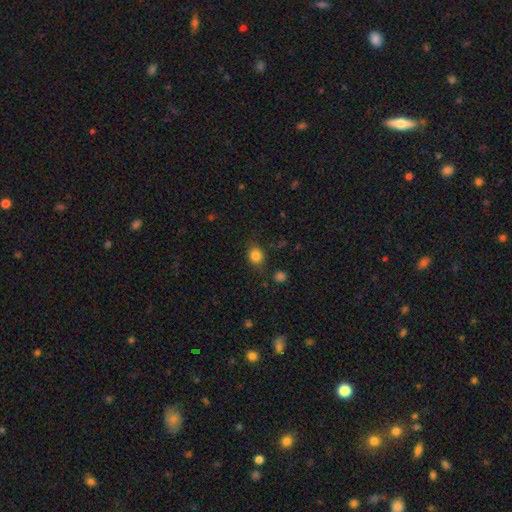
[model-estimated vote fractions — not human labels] smooth_or_featured: smooth (p=0.83) [alt: star or artifact p=0.11]
how_rounded: round (p=0.62) [alt: in between p=0.37]
merging: none (p=0.79) [alt: minor disturbance p=0.14]